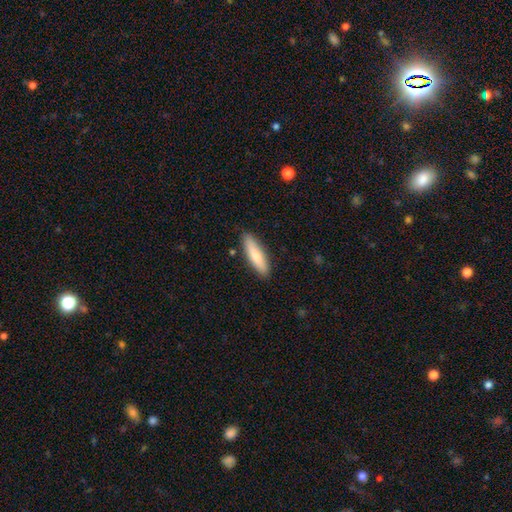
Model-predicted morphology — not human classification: This appears to be a smooth galaxy with no disk features (79%) that is cigar-shaped (67%). Merging: none (87%).